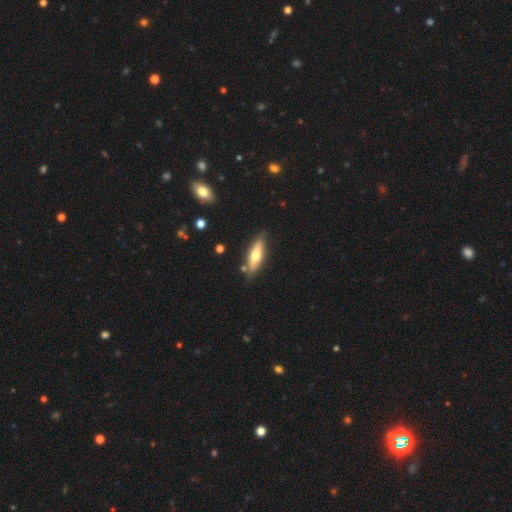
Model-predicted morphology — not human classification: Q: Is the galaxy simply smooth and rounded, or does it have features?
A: smooth — 48%.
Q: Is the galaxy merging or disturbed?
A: none — 80%.